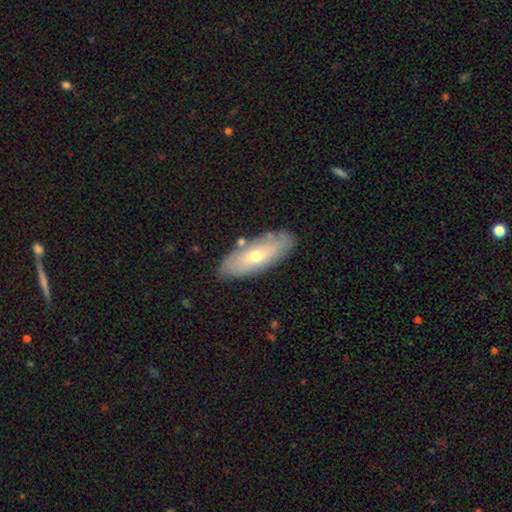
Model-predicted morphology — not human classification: smooth-or-featured: smooth: 52% | featured or disk: 42% | star or artifact: 6%
  how-rounded: in between: 70% | cigar-shaped: 28% | round: 3%
  merging: none: 82% | minor disturbance: 11% | merger: 4% | major disturbance: 3%